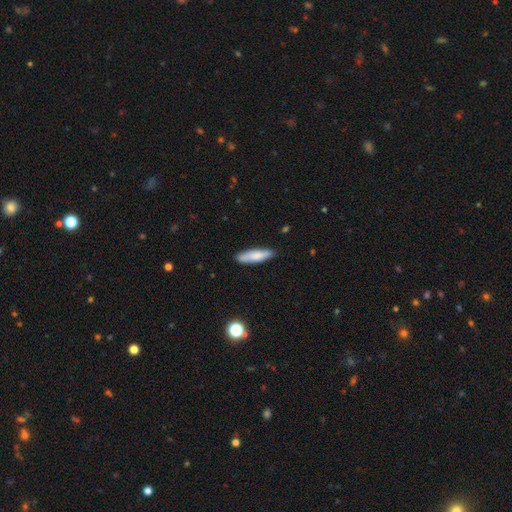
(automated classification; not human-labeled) Smooth or featured: smooth — 78% (featured or disk — 16%)
How rounded: cigar-shaped — 63% (in between — 36%)
Merging: none — 84% (minor disturbance — 13%)